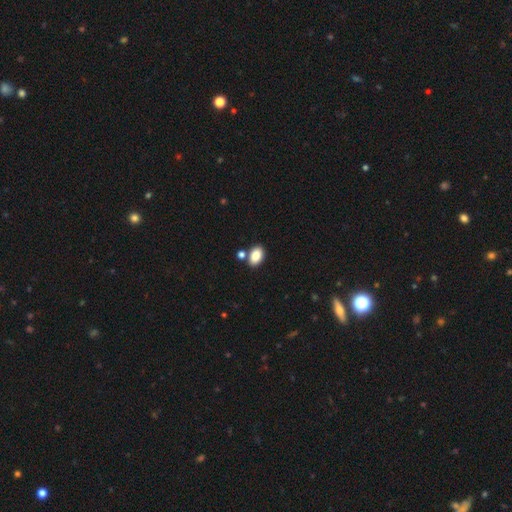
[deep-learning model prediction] Q: Smooth or featured?
A: smooth (87%); runner-up: star or artifact (8%)
Q: How rounded?
A: in between (88%); runner-up: round (10%)
Q: Merging?
A: none (74%); runner-up: merger (14%)